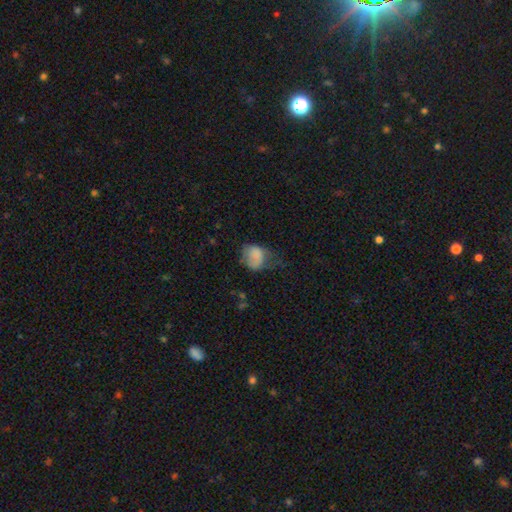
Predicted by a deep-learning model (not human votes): Smooth or featured? smooth (74%)
How rounded? in between (52%)
Merging? major disturbance (36%)